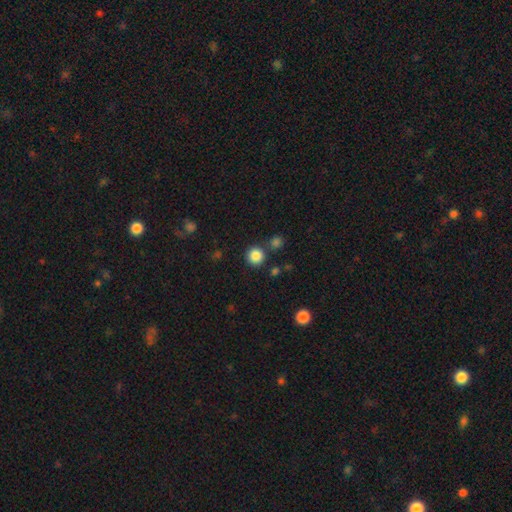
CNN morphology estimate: The model was most divided on "smooth or featured": smooth: 86%, star or artifact: 10%, featured or disk: 4%. More confident: how rounded — round (93%); merging — none (83%).